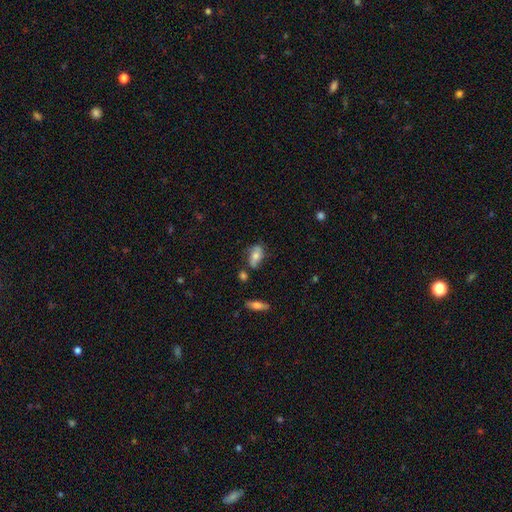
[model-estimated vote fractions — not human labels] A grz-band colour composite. It shows a smooth galaxy with no disk features (51%) that is in between round and cigar-shaped (85%). Merging: none (61%).